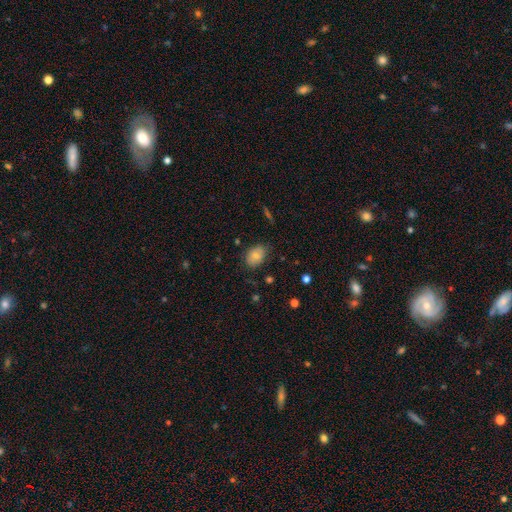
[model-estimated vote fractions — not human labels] Smooth or featured: smooth — 75% (featured or disk — 16%)
How rounded: in between — 78% (round — 21%)
Merging: none — 77% (minor disturbance — 18%)